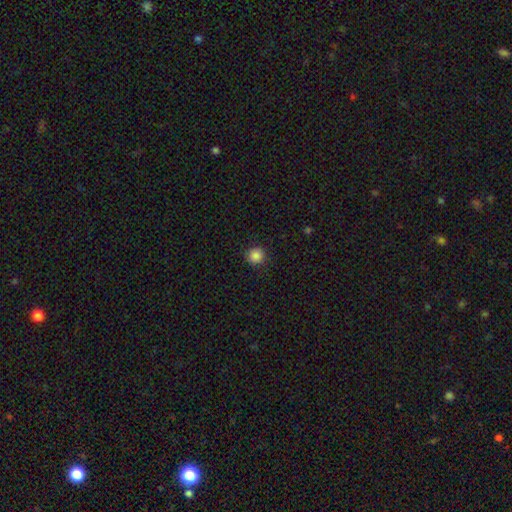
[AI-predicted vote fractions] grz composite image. It shows a smooth galaxy with no disk features (86%) that is round (91%). Merging: none (90%).